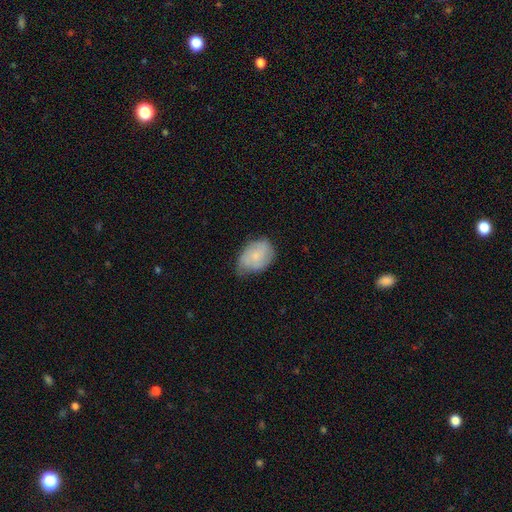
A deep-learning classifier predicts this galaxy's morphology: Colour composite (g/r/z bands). It shows a smooth galaxy with no disk features (61%) that is in between round and cigar-shaped (79%). Merging: none (47%).